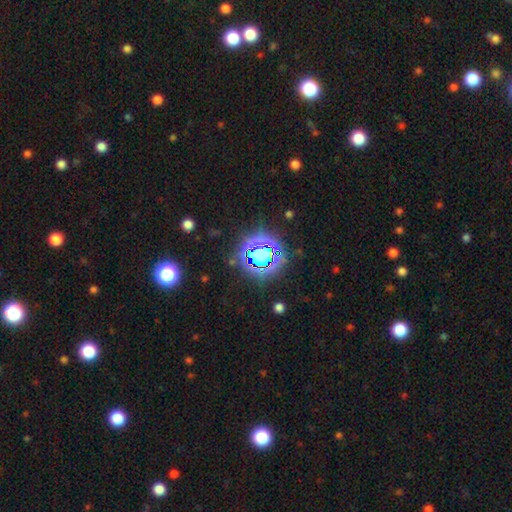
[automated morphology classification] Q: Smooth or featured?
A: star or artifact (67%); runner-up: smooth (22%)